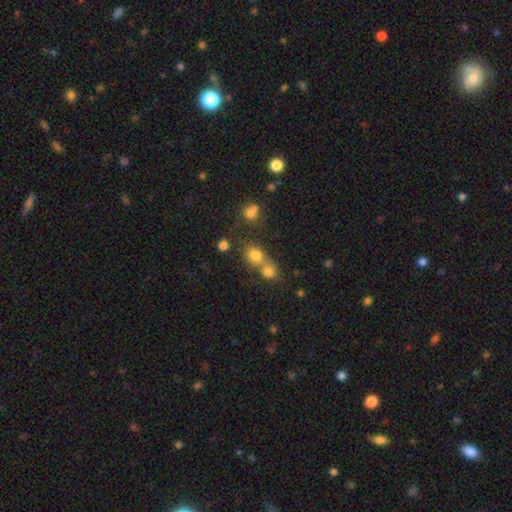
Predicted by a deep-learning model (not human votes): smooth_or_featured: smooth (p=0.75) [alt: star or artifact p=0.15]
how_rounded: round (p=0.71) [alt: in between p=0.28]
merging: merger (p=0.51) [alt: none p=0.39]